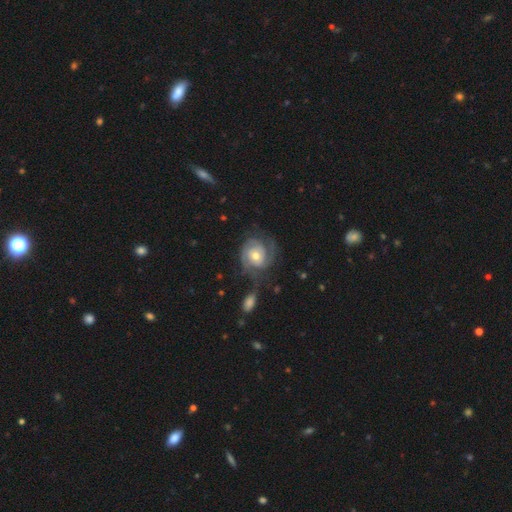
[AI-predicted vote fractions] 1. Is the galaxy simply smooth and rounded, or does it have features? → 82% featured or disk, 13% smooth, 5% star or artifact.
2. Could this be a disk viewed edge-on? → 98% no, 2% yes.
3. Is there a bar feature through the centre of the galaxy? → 74% no, 21% weak, 5% strong.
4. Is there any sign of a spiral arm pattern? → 94% yes, 6% no.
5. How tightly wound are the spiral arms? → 61% tight, 29% medium, 10% loose.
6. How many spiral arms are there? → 52% 2, 19% can't tell, 15% 3, 6% 1, 4% 4, 3% more than 4.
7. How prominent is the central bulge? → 67% moderate, 25% small, 5% large, 1% none, 1% dominant.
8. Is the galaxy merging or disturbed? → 56% none, 20% minor disturbance, 16% major disturbance, 8% merger.